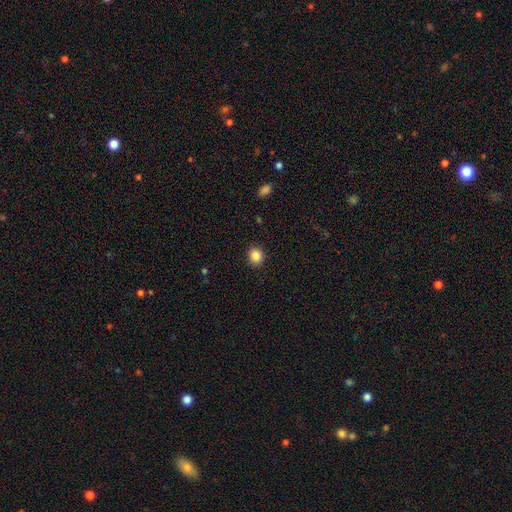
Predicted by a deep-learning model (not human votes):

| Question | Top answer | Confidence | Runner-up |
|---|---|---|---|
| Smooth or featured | smooth | 85% | star or artifact (10%) |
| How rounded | round | 76% | in between (23%) |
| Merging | none | 91% | minor disturbance (6%) |